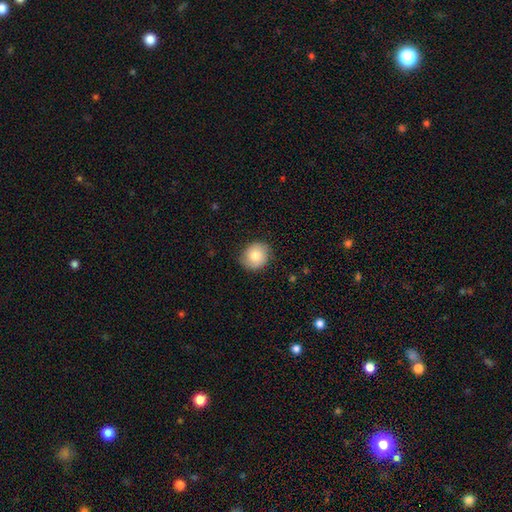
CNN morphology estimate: Q: Smooth or featured?
A: smooth (79%); runner-up: featured or disk (14%)
Q: How rounded?
A: round (77%); runner-up: in between (22%)
Q: Merging?
A: none (84%); runner-up: minor disturbance (13%)